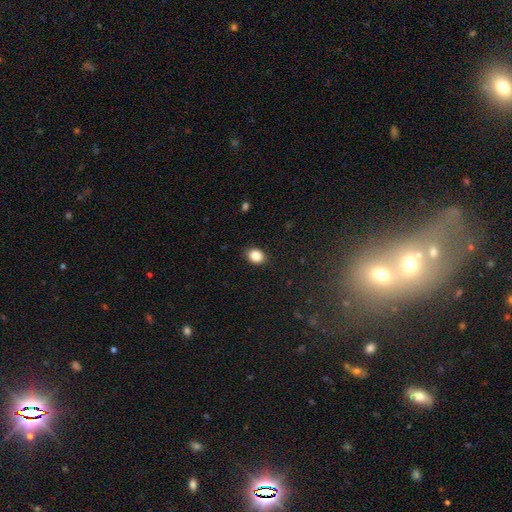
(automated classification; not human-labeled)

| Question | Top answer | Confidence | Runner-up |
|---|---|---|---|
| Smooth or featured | smooth | 87% | star or artifact (9%) |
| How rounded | in between | 55% | round (44%) |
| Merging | none | 88% | minor disturbance (9%) |